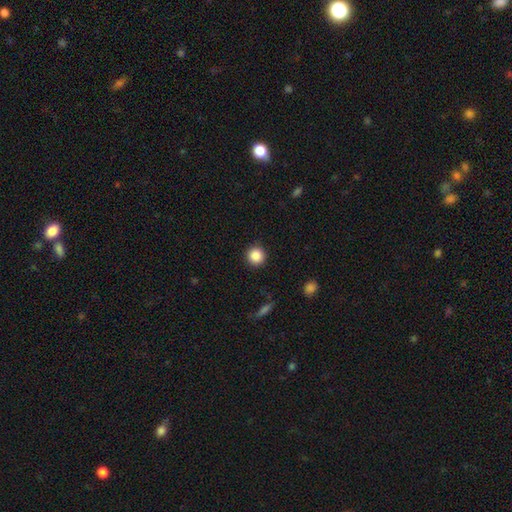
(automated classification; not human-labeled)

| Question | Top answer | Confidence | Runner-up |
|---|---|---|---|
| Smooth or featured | smooth | 87% | star or artifact (10%) |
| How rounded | round | 95% | in between (4%) |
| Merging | none | 91% | minor disturbance (6%) |